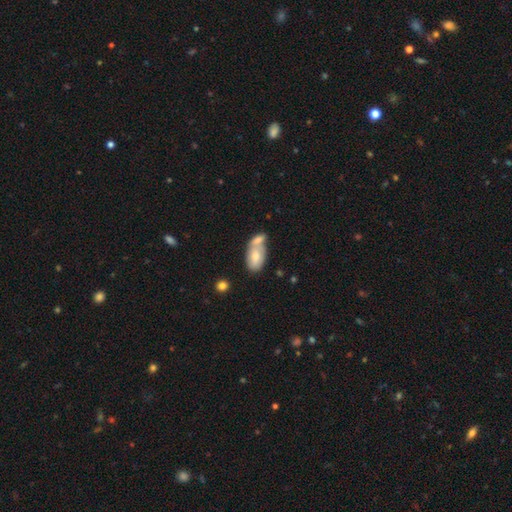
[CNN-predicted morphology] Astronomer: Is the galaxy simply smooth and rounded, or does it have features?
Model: smooth — 71%.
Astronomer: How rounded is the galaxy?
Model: in between — 92%.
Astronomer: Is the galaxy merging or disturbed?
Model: merger — 57%.